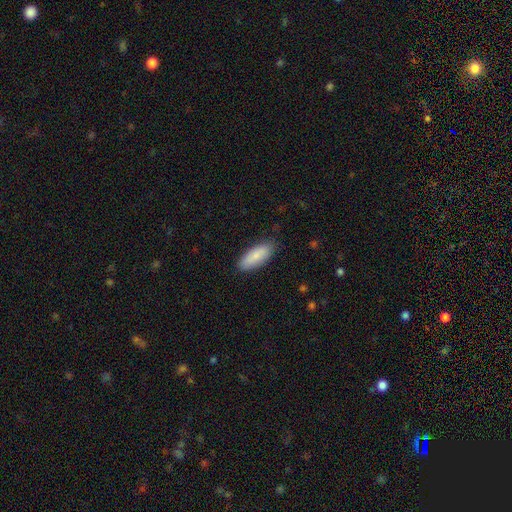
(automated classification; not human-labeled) Q: Smooth or featured?
A: smooth (84%); runner-up: featured or disk (10%)
Q: How rounded?
A: in between (76%); runner-up: cigar-shaped (23%)
Q: Merging?
A: none (84%); runner-up: minor disturbance (12%)